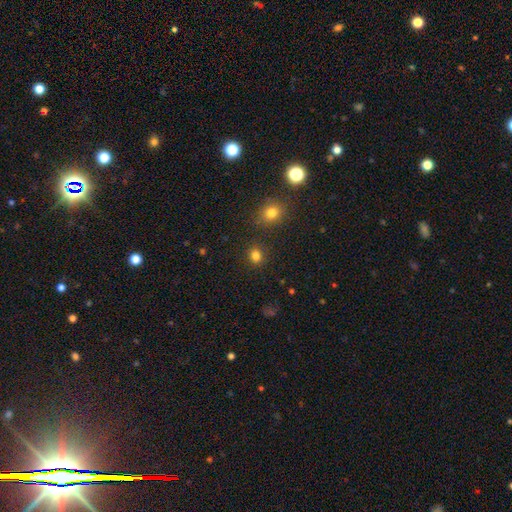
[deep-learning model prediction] Smooth or featured?
  - smooth: 81% *
  - star or artifact: 14%
  - featured or disk: 5%
How rounded?
  - round: 77% *
  - in between: 22%
  - cigar-shaped: 1%
Merging?
  - none: 86% *
  - minor disturbance: 7%
  - merger: 4%
  - major disturbance: 3%